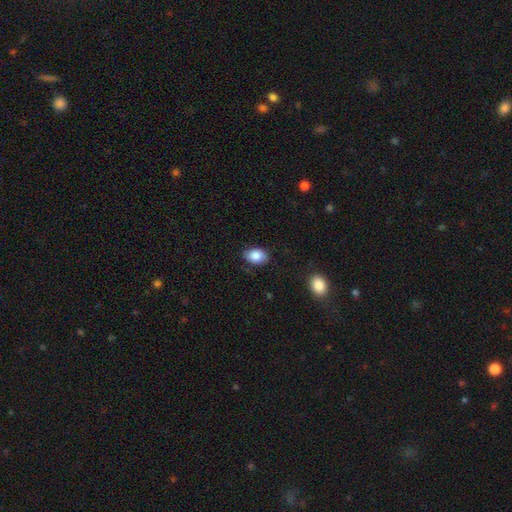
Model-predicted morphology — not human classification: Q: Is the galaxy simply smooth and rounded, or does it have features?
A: smooth — 86%.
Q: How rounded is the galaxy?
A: in between — 81%.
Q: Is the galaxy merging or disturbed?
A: none — 80%.